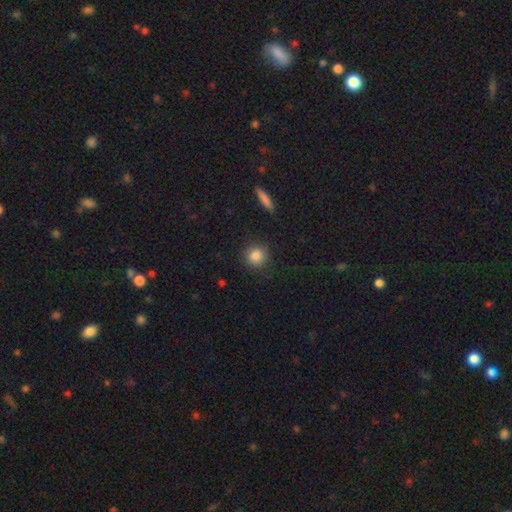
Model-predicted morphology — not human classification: Overall: smooth (85%). How rounded: round (88%). Merging: none (87%).